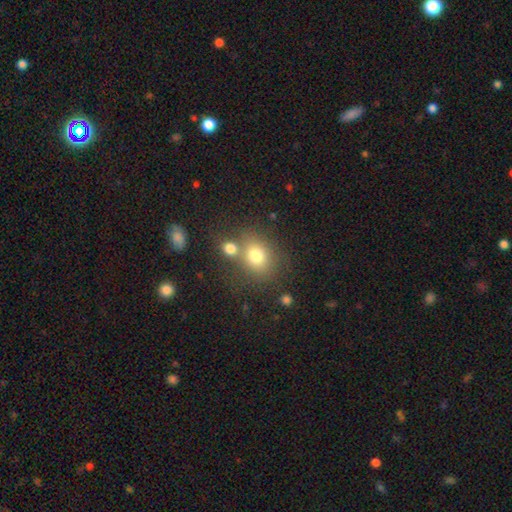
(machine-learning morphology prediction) smooth_or_featured: smooth (p=0.75) [alt: star or artifact p=0.13]
how_rounded: round (p=0.61) [alt: in between p=0.38]
merging: none (p=0.55) [alt: merger p=0.28]